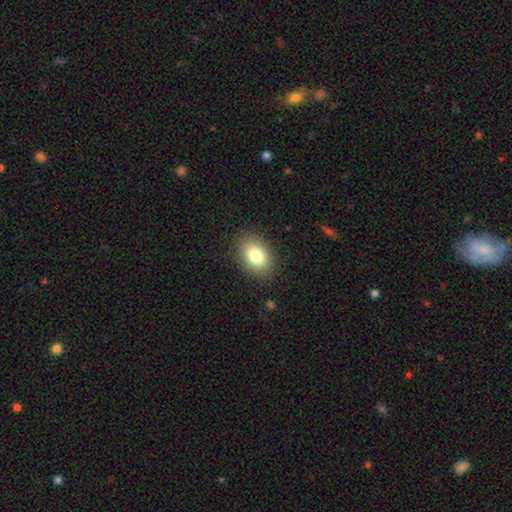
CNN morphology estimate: Smooth or featured? smooth (83%)
How rounded? in between (82%)
Merging? none (87%)